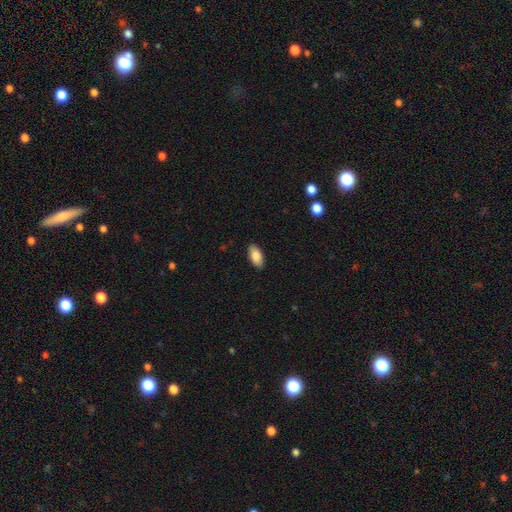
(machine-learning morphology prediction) This is clearly a smooth galaxy (85%). How rounded: clearly in between (93%). Merging: clearly none (89%).